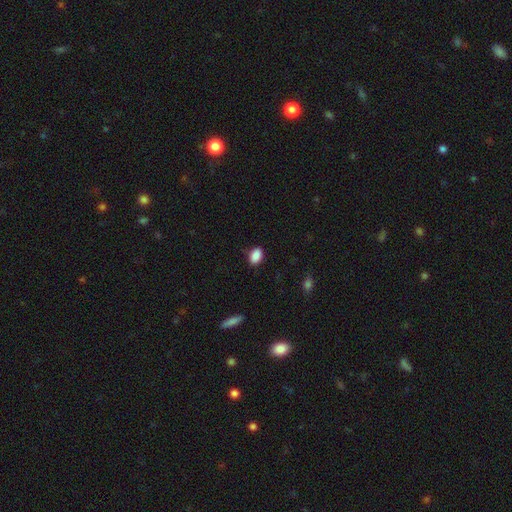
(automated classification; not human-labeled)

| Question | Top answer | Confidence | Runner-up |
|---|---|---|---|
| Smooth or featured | smooth | 89% | star or artifact (8%) |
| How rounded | in between | 85% | round (14%) |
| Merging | none | 84% | minor disturbance (13%) |